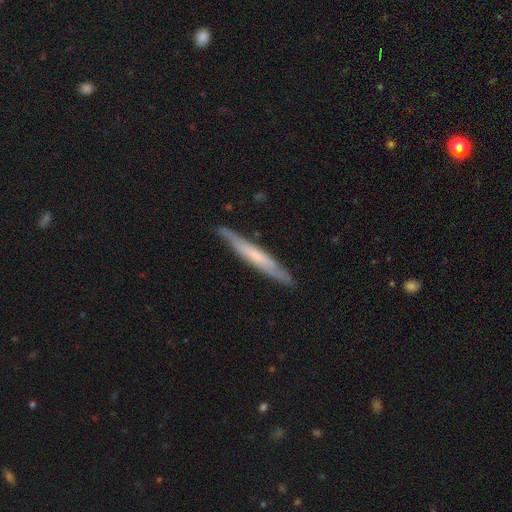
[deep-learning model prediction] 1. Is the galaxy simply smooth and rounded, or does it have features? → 53% featured or disk, 41% smooth, 6% star or artifact.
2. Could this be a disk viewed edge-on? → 86% yes, 14% no.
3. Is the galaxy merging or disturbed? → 86% none, 11% minor disturbance, 2% major disturbance, 1% merger.